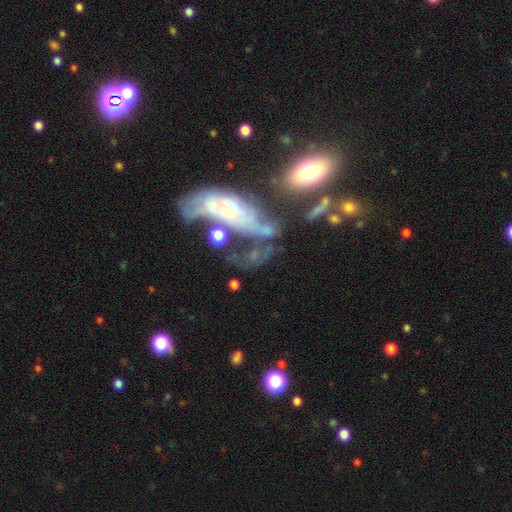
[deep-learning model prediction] This is possibly a featured or disk galaxy (58%). It is clearly not viewed edge-on (85%). Merging: marginally merger (31%).